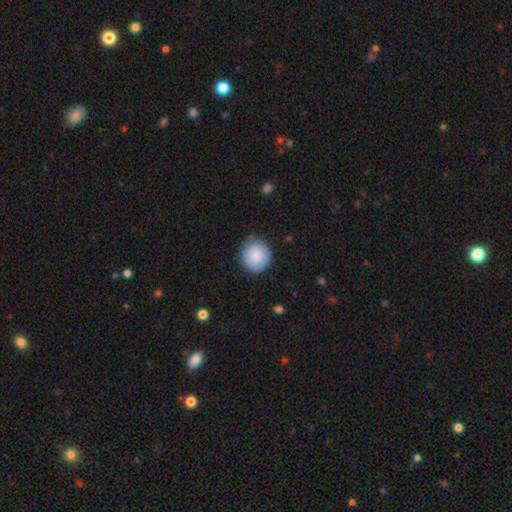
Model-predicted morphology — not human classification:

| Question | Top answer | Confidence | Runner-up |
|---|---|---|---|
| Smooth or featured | smooth | 84% | featured or disk (9%) |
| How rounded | round | 87% | in between (12%) |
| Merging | none | 83% | minor disturbance (14%) |